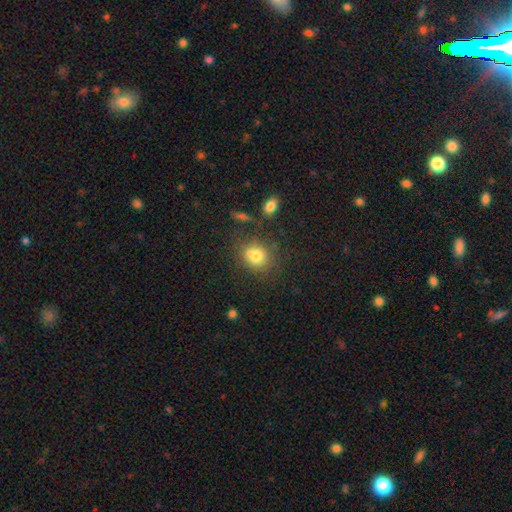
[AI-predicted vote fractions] Smooth or featured: smooth — 79% (star or artifact — 11%)
How rounded: round — 63% (in between — 36%)
Merging: none — 68% (minor disturbance — 16%)